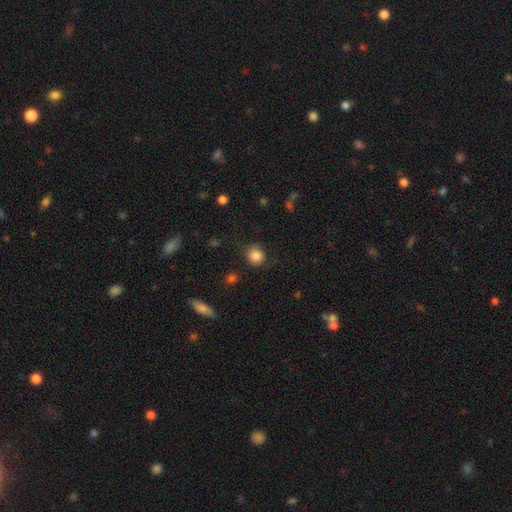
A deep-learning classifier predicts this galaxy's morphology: The model was most divided on "merging": none: 78%, minor disturbance: 15%, major disturbance: 4%, merger: 2%. More confident: how rounded — round (86%); smooth or featured — smooth (86%).